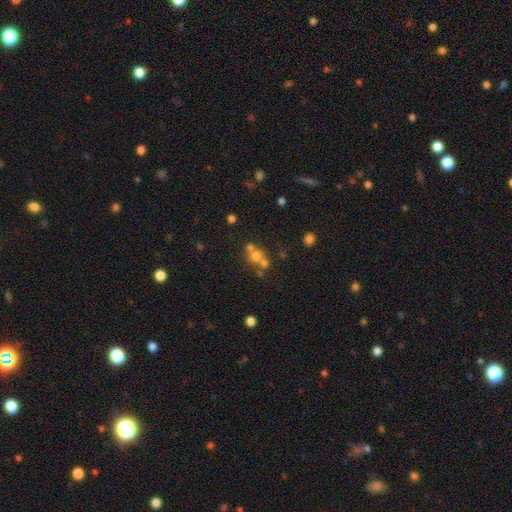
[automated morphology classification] Smooth or featured? Predicted: smooth (p=0.61). How rounded? Predicted: round (p=0.82). Merging? Predicted: none (p=0.45).